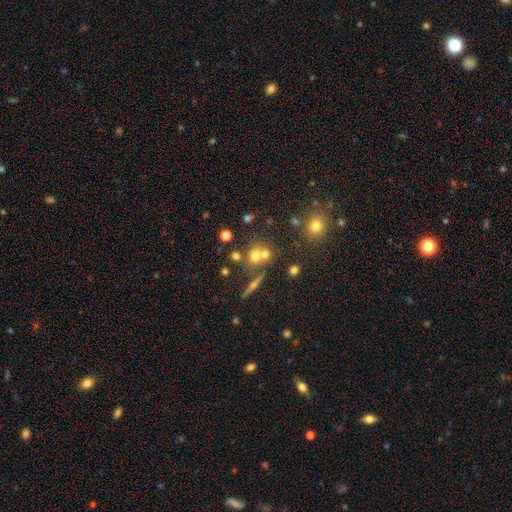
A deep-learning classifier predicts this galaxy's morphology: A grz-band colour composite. It shows a smooth galaxy with no disk features (59%) that is round (79%). Merging: none (45%).